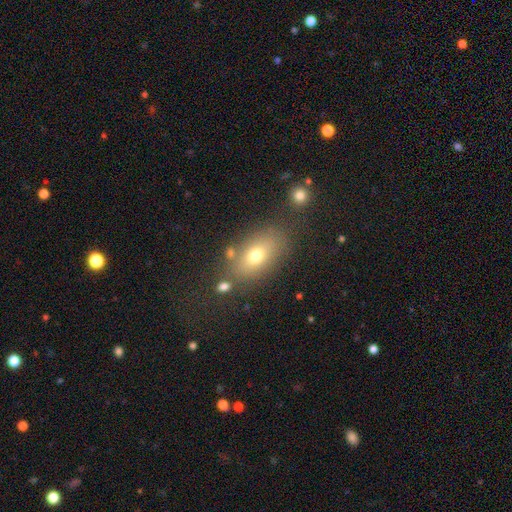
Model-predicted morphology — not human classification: Smooth or featured: smooth — 70% (featured or disk — 18%)
How rounded: in between — 84% (round — 12%)
Merging: none — 74% (minor disturbance — 13%)